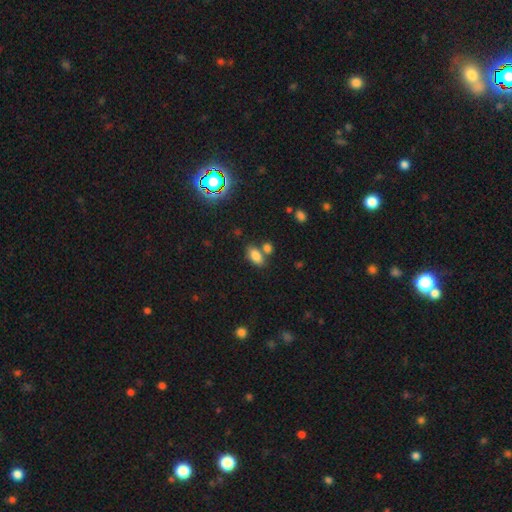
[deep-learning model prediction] Overall: smooth (81%). How rounded: in between (89%). Merging: none (61%; merger 24%).